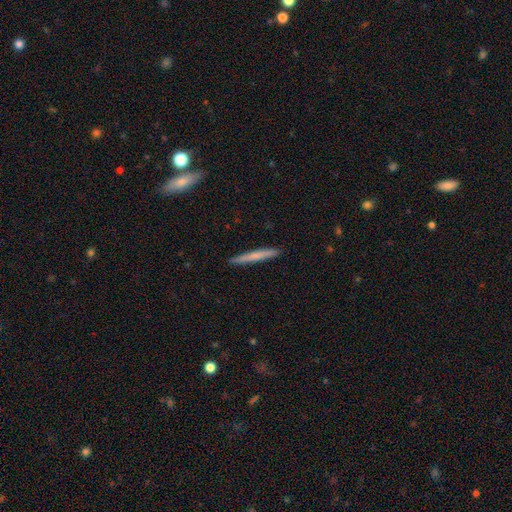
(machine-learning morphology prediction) The model was most divided on "smooth or featured": smooth: 64%, featured or disk: 30%, star or artifact: 5%. More confident: how rounded — cigar-shaped (97%); merging — none (92%).